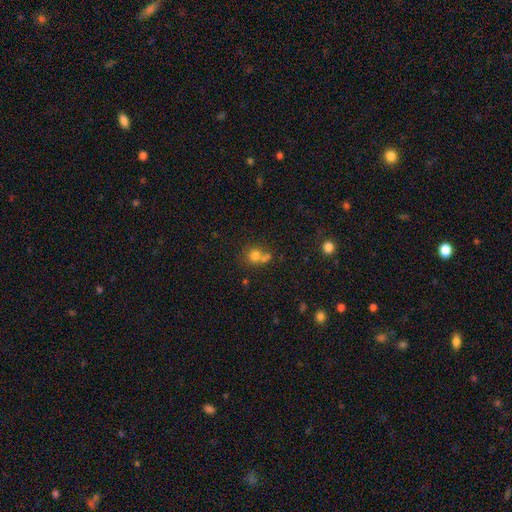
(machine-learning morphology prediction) Smooth or featured: smooth — 73% (star or artifact — 15%)
How rounded: round — 83% (in between — 16%)
Merging: none — 46% (merger — 40%)